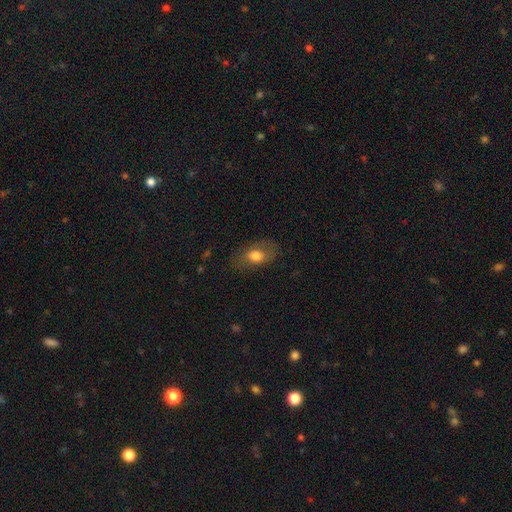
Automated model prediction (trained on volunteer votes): The model was most divided on "smooth or featured": smooth: 71%, featured or disk: 21%, star or artifact: 8%. More confident: how rounded — in between (85%); merging — none (72%).